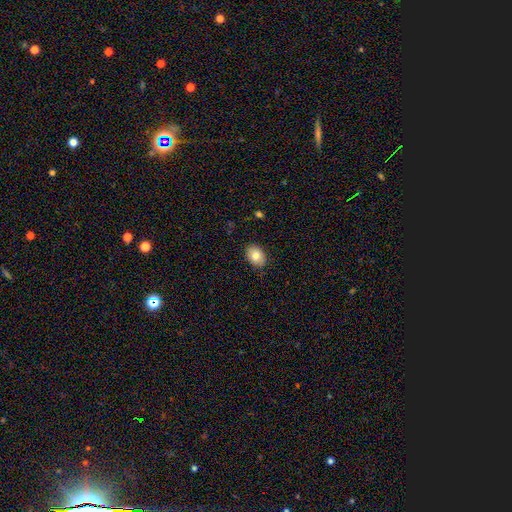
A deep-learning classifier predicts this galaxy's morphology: Smooth or featured? Predicted: smooth (p=0.80). How rounded? Predicted: in between (p=0.76). Merging? Predicted: none (p=0.86).